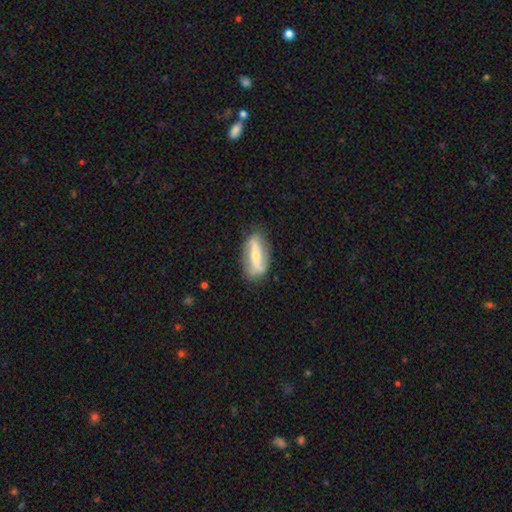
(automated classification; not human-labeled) This is likely a featured or disk galaxy (69%). It is clearly not viewed edge-on (83%). Bar: possibly strong (57%). Spiral arm pattern: likely yes (79%). Central bulge: possibly small (47%). Merging: likely none (79%).